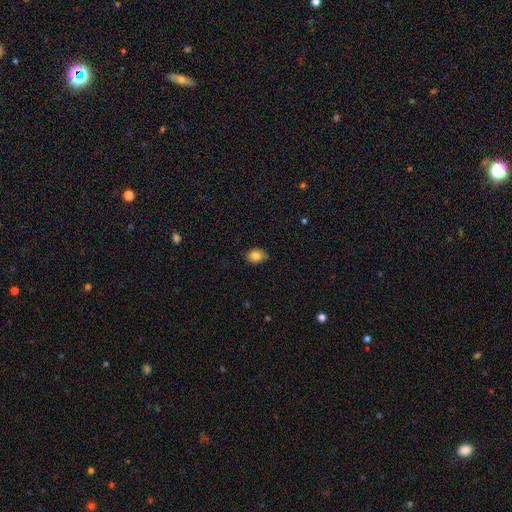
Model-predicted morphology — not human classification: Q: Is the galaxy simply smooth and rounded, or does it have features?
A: smooth — 84%.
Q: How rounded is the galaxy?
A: in between — 61%.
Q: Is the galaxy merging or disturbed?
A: none — 76%.